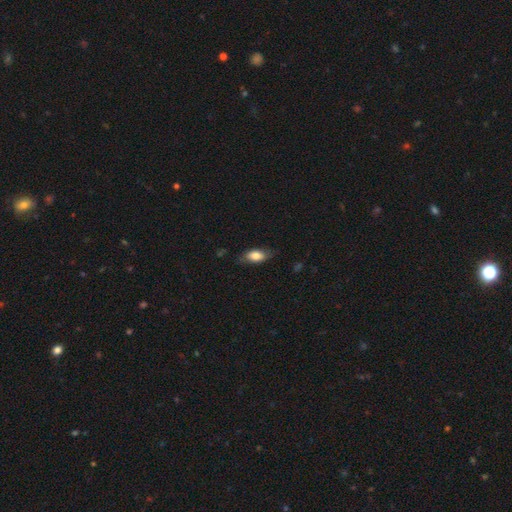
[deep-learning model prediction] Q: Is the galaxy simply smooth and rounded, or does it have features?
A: smooth — 78%.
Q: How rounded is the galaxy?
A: in between — 85%.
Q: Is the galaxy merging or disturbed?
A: none — 74%.